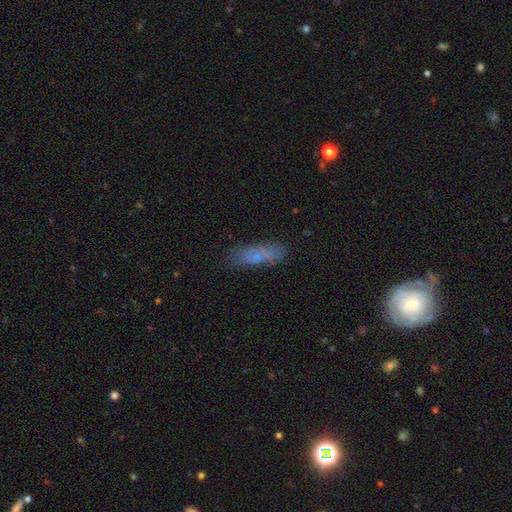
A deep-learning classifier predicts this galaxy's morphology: The model was most divided on "how rounded": cigar-shaped: 54%, in between: 43%, round: 3%. More confident: merging — none (72%); smooth or featured — smooth (66%).